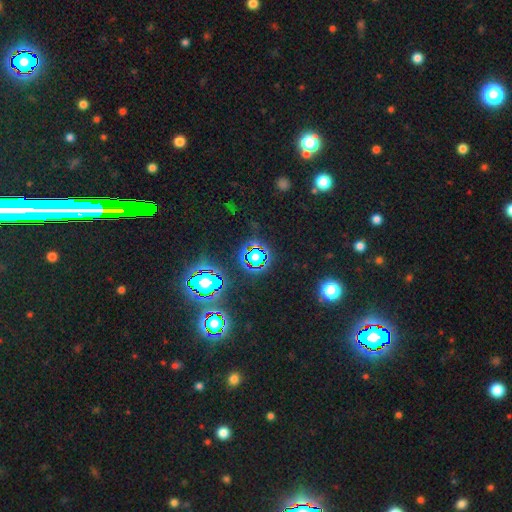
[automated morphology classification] type=star or artifact (69%).